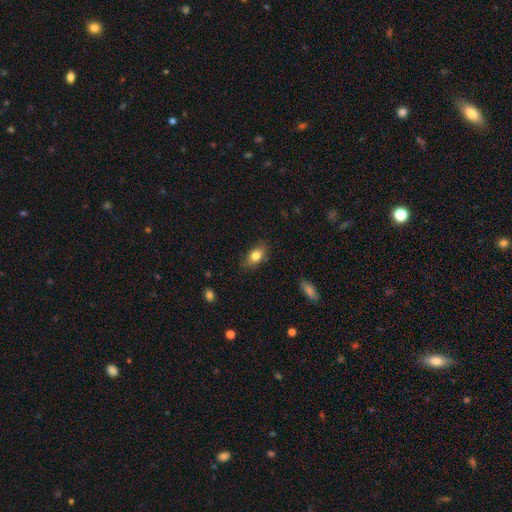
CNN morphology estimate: A smooth galaxy with no disk features (82%) that is in between round and cigar-shaped (82%).

Vote fractions:
- Smooth or featured? smooth: 82% / featured or disk: 10% / star or artifact: 8%
- How rounded? in between: 82% / round: 14% / cigar-shaped: 3%
- Merging? none: 79% / minor disturbance: 17% / major disturbance: 3% / merger: 1%